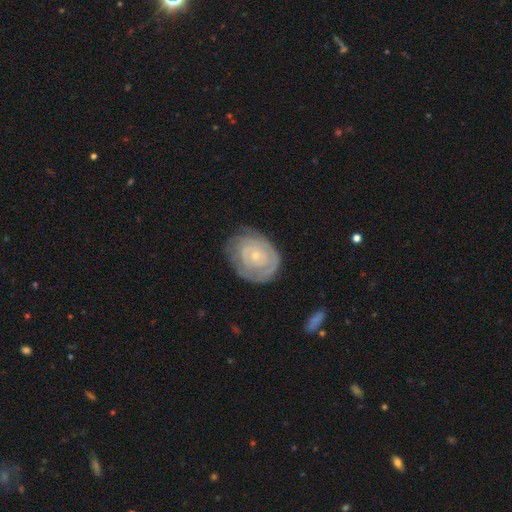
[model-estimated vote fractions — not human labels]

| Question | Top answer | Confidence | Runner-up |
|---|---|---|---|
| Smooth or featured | featured or disk | 74% | smooth (21%) |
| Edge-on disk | no | 97% | yes (3%) |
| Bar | no | 82% | weak (15%) |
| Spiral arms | yes | 81% | no (19%) |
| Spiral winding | tight | 78% | medium (16%) |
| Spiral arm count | can't tell | 51% | 2 (23%) |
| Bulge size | small | 80% | moderate (16%) |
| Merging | none | 69% | minor disturbance (21%) |